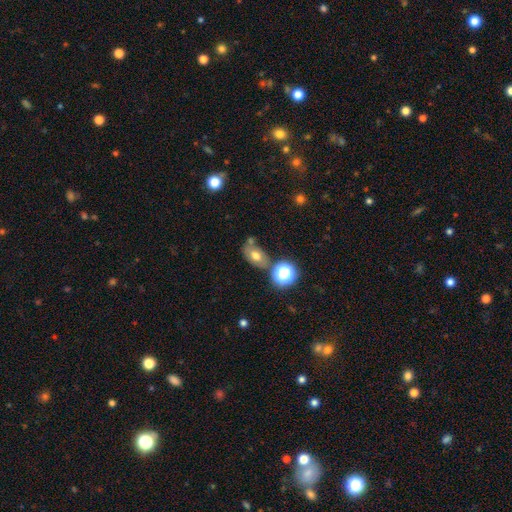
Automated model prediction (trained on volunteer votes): Smooth or featured? smooth (63%)
How rounded? in between (77%)
Merging? none (55%)